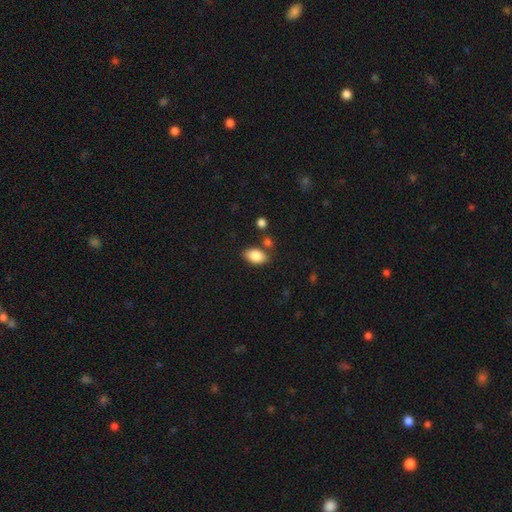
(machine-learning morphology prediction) smooth-or-featured: smooth: 85% | featured or disk: 7% | star or artifact: 7%
  how-rounded: in between: 91% | round: 7% | cigar-shaped: 2%
  merging: none: 75% | minor disturbance: 13% | merger: 8% | major disturbance: 3%